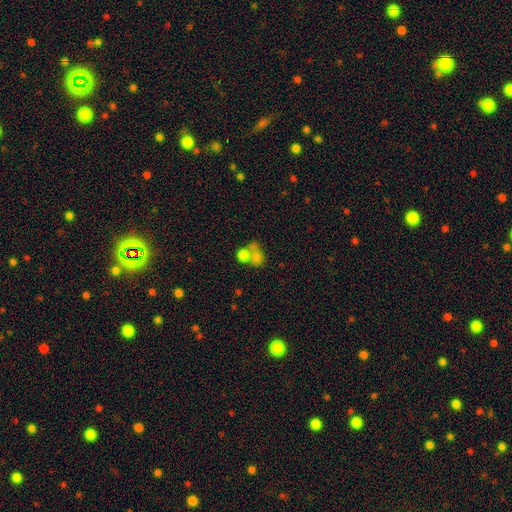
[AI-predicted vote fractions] smooth 72%, featured or disk 15%, star or artifact 13%. Down the decision tree: how rounded — round (58%); merging — merger (52%).